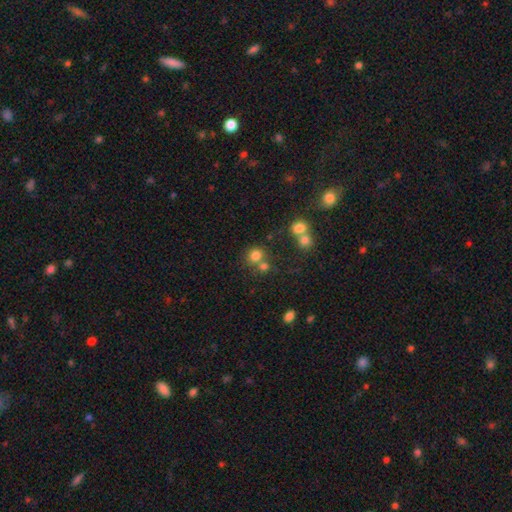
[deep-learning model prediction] Smooth or featured: smooth — 77% (star or artifact — 15%)
How rounded: round — 75% (in between — 24%)
Merging: none — 55% (merger — 30%)